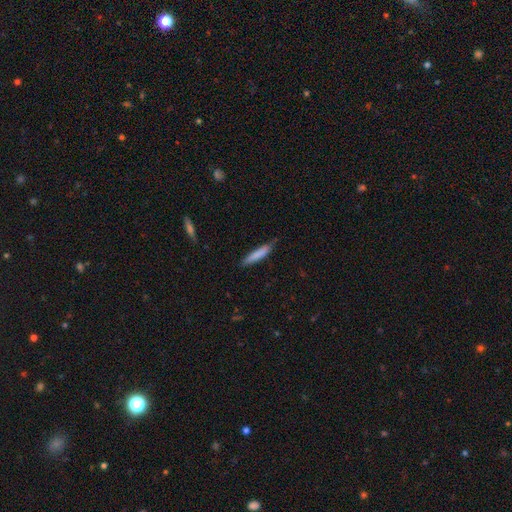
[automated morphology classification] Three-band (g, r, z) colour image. It shows a smooth galaxy with no disk features (79%) that is cigar-shaped (90%). Merging: none (76%).